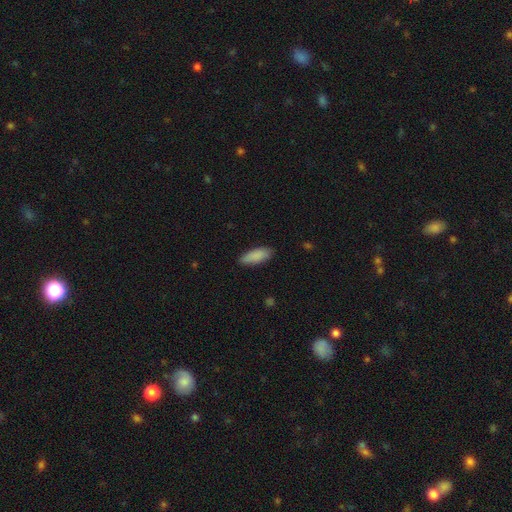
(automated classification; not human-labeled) Smooth or featured: smooth — 89% (star or artifact — 6%)
How rounded: in between — 70% (cigar-shaped — 29%)
Merging: none — 85% (minor disturbance — 12%)